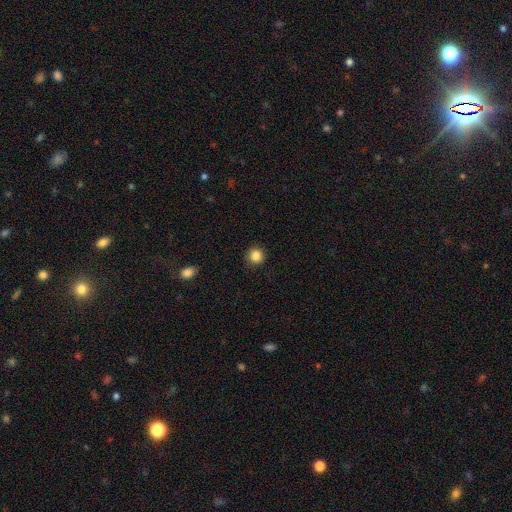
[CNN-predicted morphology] Smooth or featured? smooth (86%)
How rounded? round (94%)
Merging? none (90%)